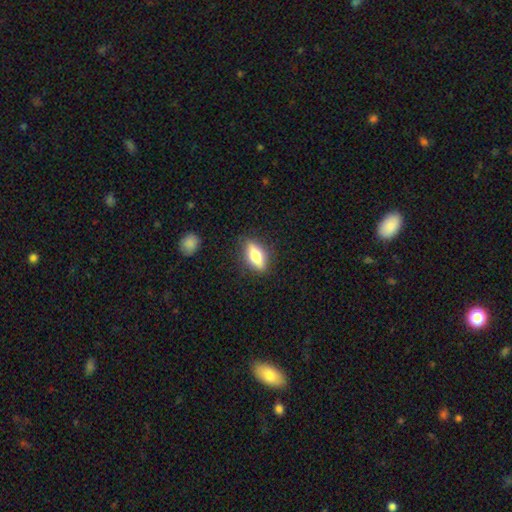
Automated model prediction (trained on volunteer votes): Smooth or featured: smooth — 52% (featured or disk — 41%)
How rounded: in between — 63% (cigar-shaped — 32%)
Merging: none — 85% (minor disturbance — 10%)